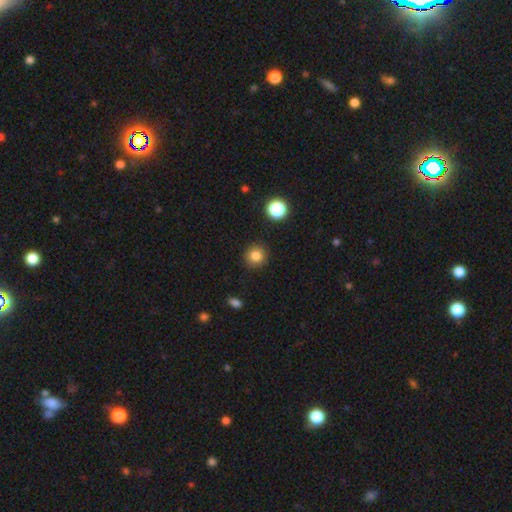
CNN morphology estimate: This is clearly a smooth galaxy (83%). How rounded: clearly round (93%). Merging: clearly none (91%).